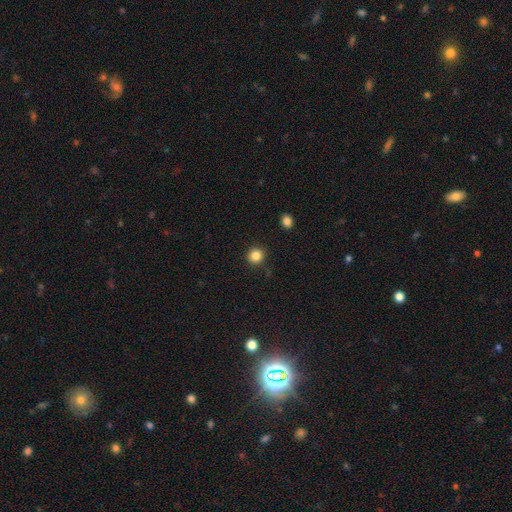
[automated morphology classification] Smooth or featured: smooth — 85% (star or artifact — 11%)
How rounded: round — 92% (in between — 7%)
Merging: none — 90% (minor disturbance — 6%)